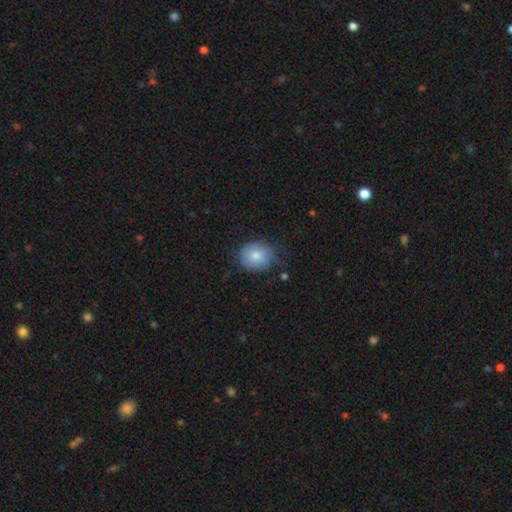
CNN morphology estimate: Q: Smooth or featured?
A: smooth (78%); runner-up: featured or disk (15%)
Q: How rounded?
A: round (67%); runner-up: in between (32%)
Q: Merging?
A: none (59%); runner-up: minor disturbance (30%)